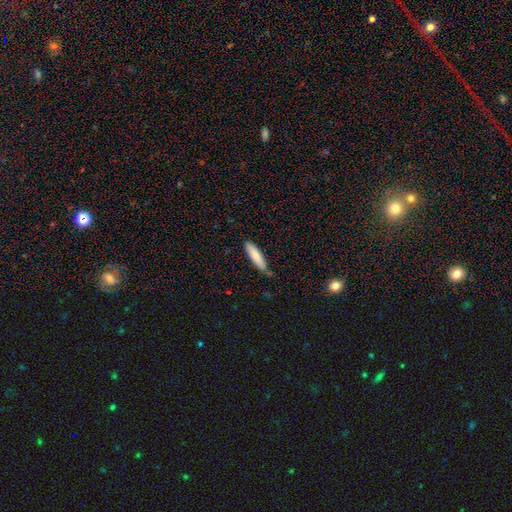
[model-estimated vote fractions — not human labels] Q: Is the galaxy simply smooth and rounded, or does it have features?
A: smooth — 80%.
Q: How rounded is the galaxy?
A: cigar-shaped — 74%.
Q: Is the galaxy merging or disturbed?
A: none — 76%.